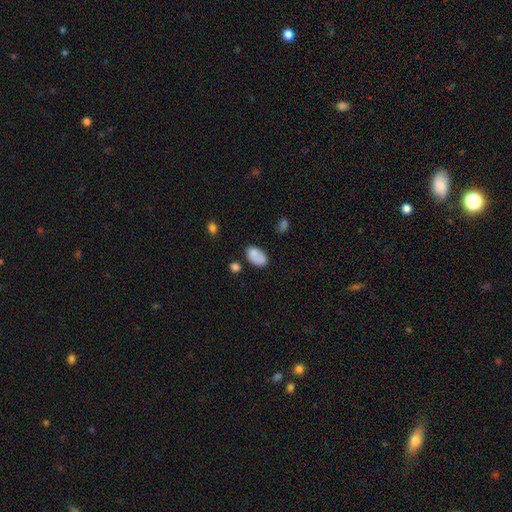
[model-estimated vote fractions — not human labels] This is clearly a smooth galaxy (80%). How rounded: clearly in between (89%). Merging: possibly none (58%).